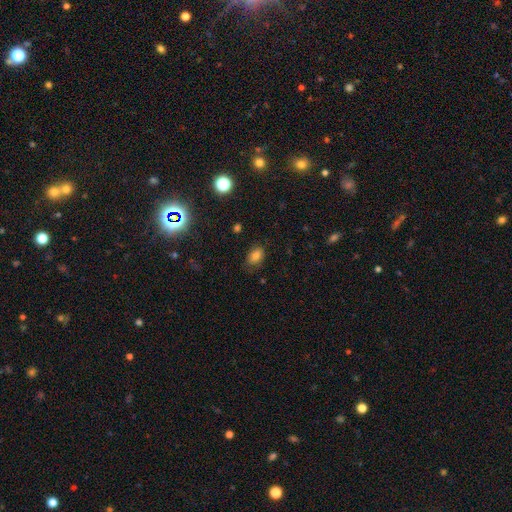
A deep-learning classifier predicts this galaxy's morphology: Smooth or featured? smooth (79%)
How rounded? in between (81%)
Merging? none (80%)